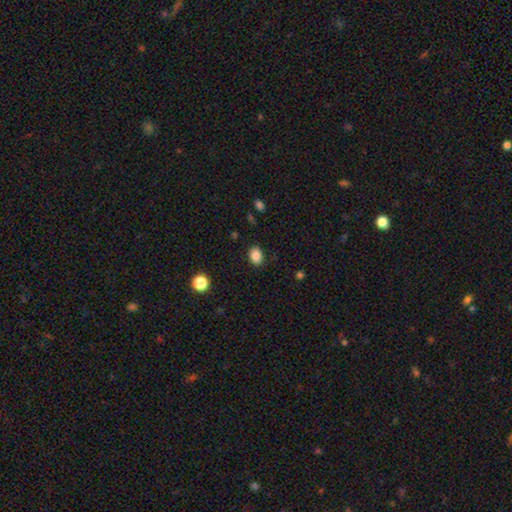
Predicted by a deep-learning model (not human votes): smooth 86%, star or artifact 10%, featured or disk 4%. Down the decision tree: how rounded — in between (66%); merging — none (86%).